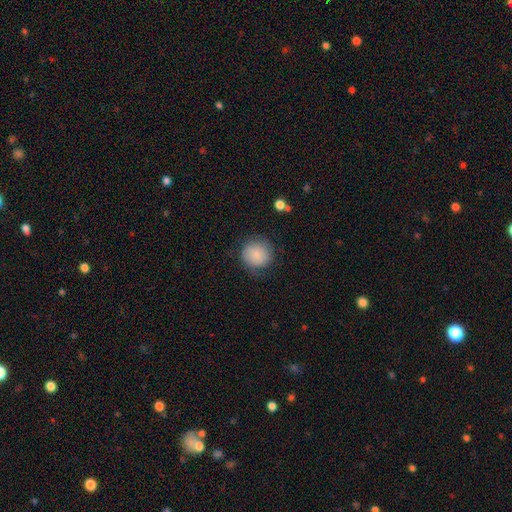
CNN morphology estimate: Overall: smooth (85%). How rounded: round (90%). Merging: none (78%).